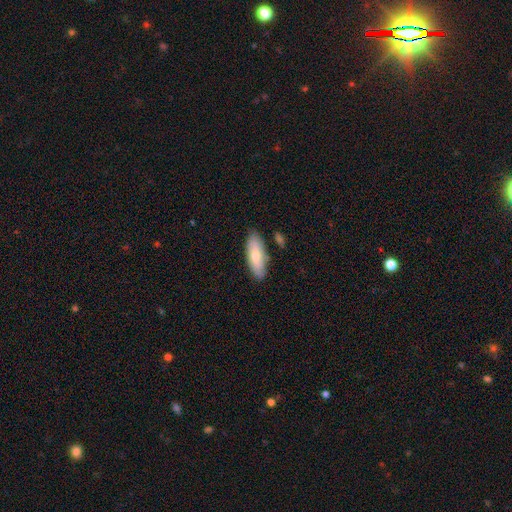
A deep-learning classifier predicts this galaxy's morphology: The model was most divided on "how rounded": in between: 71%, cigar-shaped: 27%, round: 2%. More confident: merging — none (79%); smooth or featured — smooth (74%).